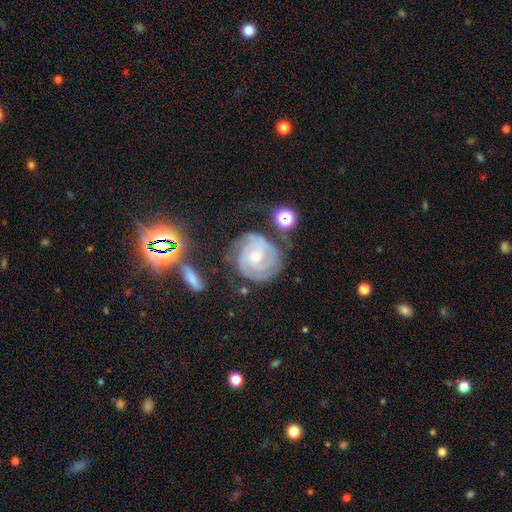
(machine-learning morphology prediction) type=featured or disk (80%); edge-on=no (98%); bar=no (59%); spiral arms=yes (94%); winding=tight (69%); arm count=2 (30%); bulge=moderate (46%); merging=none (67%).